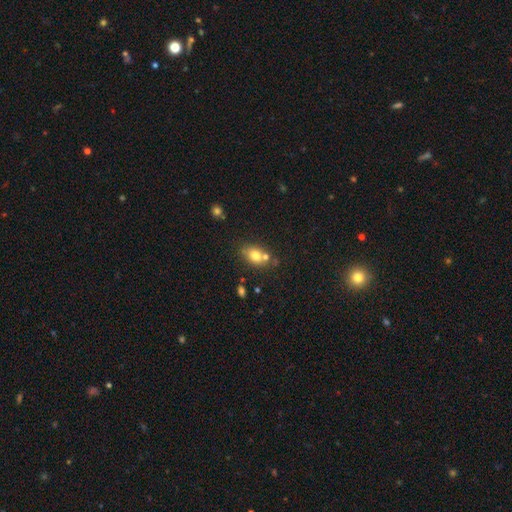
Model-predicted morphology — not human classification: This is likely a smooth galaxy (73%). How rounded: likely in between (66%). Merging: possibly none (58%).